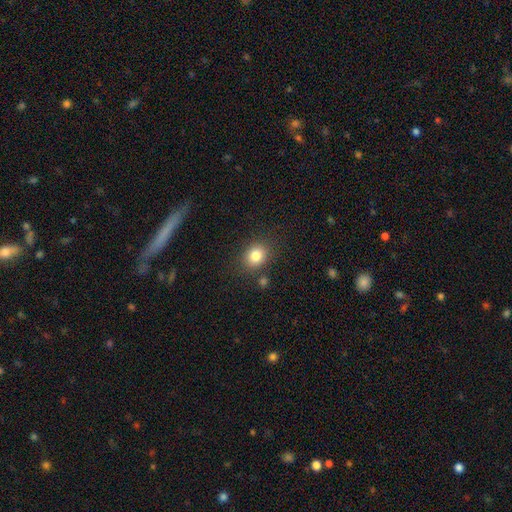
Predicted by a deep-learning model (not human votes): Morphology: type=smooth (83%); roundness=round (57%); merging=none (81%).